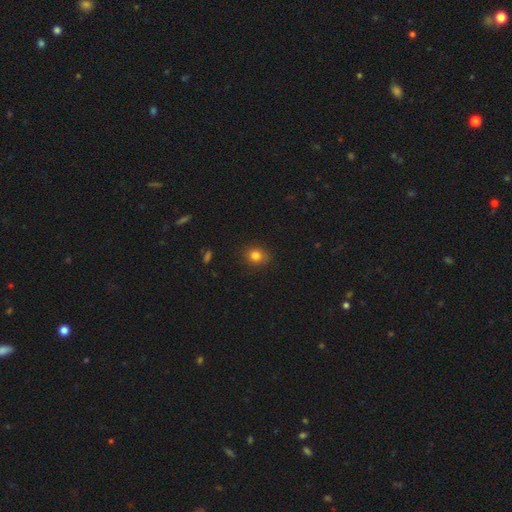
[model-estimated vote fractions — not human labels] Q: Smooth or featured?
A: smooth (81%); runner-up: star or artifact (12%)
Q: How rounded?
A: round (75%); runner-up: in between (24%)
Q: Merging?
A: none (87%); runner-up: minor disturbance (10%)